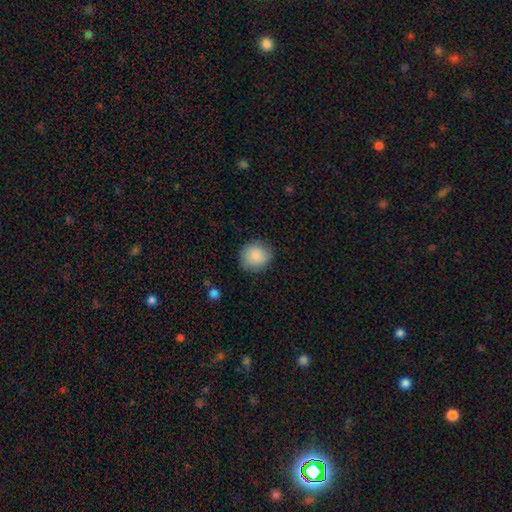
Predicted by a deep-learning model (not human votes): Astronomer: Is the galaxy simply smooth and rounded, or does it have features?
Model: smooth — 87%.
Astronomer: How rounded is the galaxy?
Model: round — 88%.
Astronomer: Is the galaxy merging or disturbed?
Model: none — 84%.